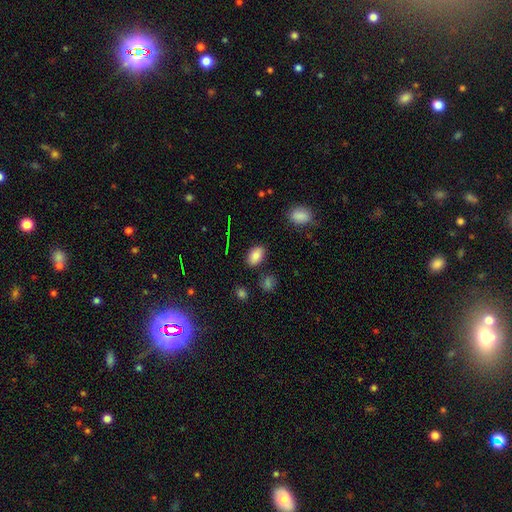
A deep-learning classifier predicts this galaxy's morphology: A smooth galaxy with no disk features (82%) that is in between round and cigar-shaped (87%). Merging: none (84%).